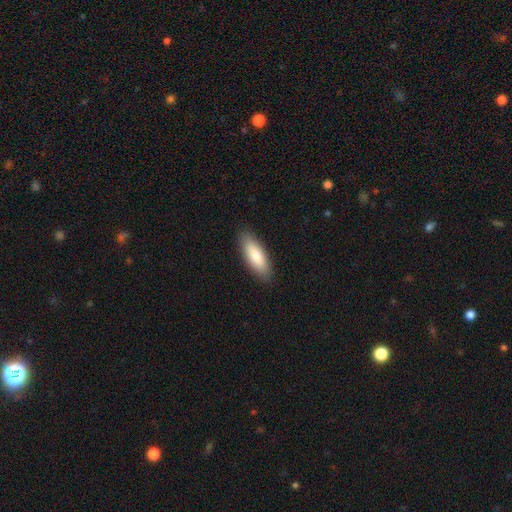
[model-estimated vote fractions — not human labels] Smooth or featured? Predicted: smooth (p=0.83). How rounded? Predicted: in between (p=0.64). Merging? Predicted: none (p=0.88).